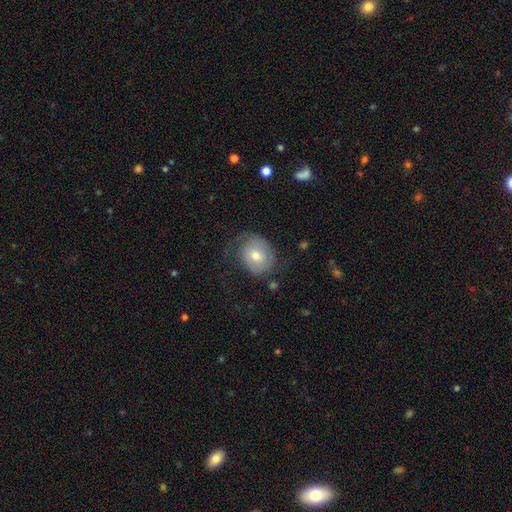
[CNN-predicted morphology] Smooth or featured? smooth (49%)
Merging? none (56%)